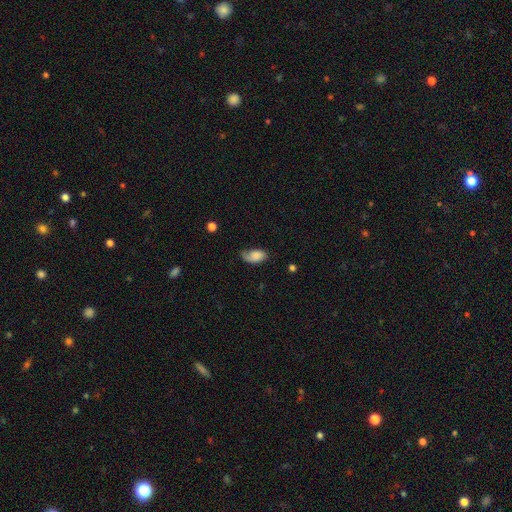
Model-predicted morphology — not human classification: smooth 68%, featured or disk 24%, star or artifact 8%. Down the decision tree: how rounded — in between (92%); merging — none (45%).